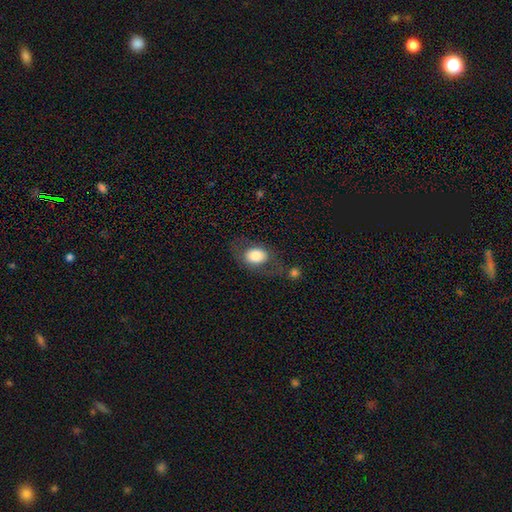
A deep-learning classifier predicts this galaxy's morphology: A smooth galaxy with no disk features (73%) that is in between round and cigar-shaped (72%). Merging: none (68%).